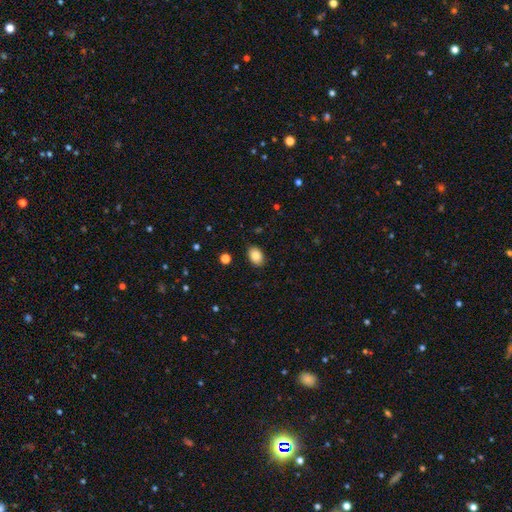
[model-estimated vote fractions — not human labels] Overall: smooth (85%). How rounded: in between (79%). Merging: none (88%).